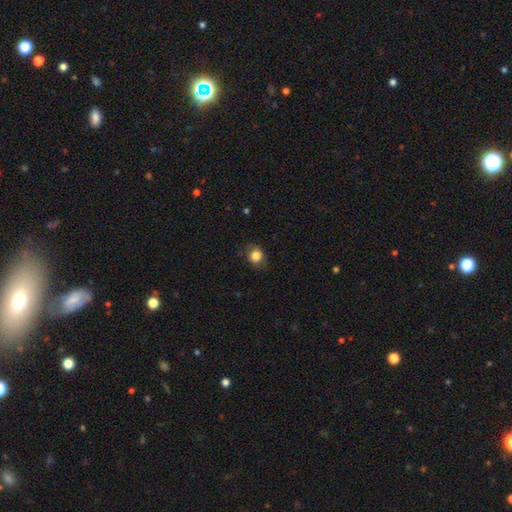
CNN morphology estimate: smooth-or-featured: smooth: 83% | star or artifact: 9% | featured or disk: 7%
  how-rounded: round: 74% | in between: 25% | cigar-shaped: 1%
  merging: none: 75% | minor disturbance: 18% | major disturbance: 5% | merger: 1%